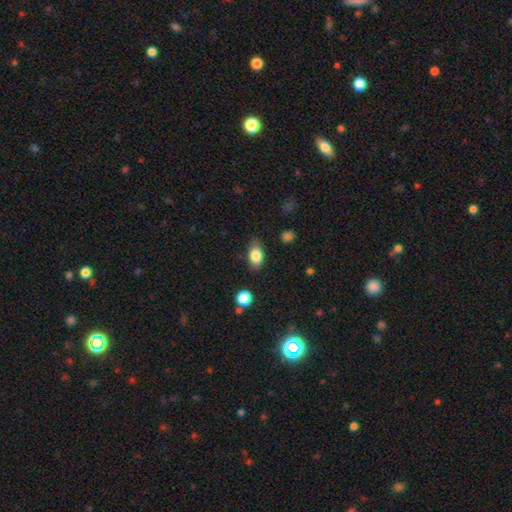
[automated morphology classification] smooth-or-featured: smooth: 84% | featured or disk: 8% | star or artifact: 8%
  how-rounded: in between: 87% | round: 10% | cigar-shaped: 3%
  merging: none: 77% | minor disturbance: 17% | major disturbance: 4% | merger: 2%